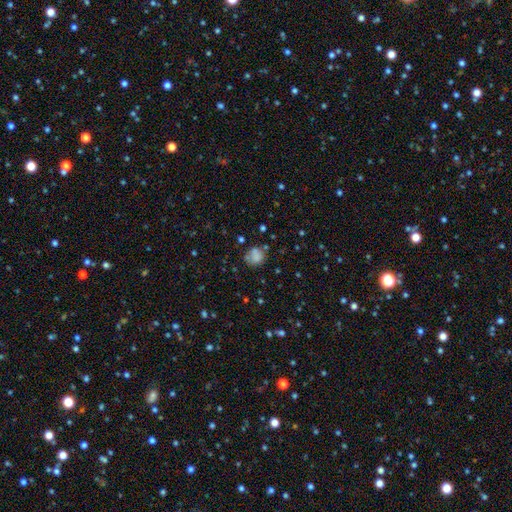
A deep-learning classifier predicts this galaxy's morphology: A smooth galaxy with no disk features (73%) that is round (77%). Merging: none (59%).